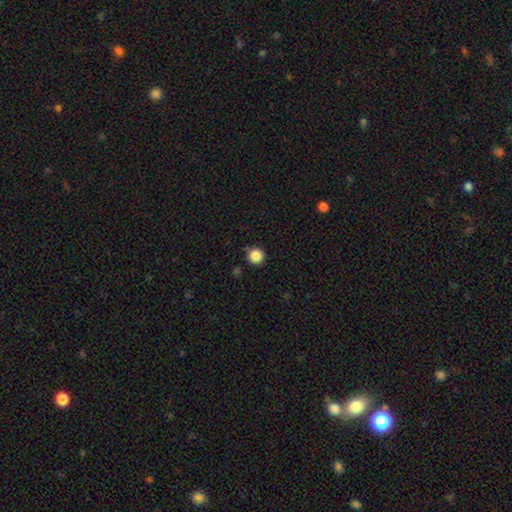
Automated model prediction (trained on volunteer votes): A smooth galaxy with no disk features (86%) that is round (96%). Merging: none (88%).